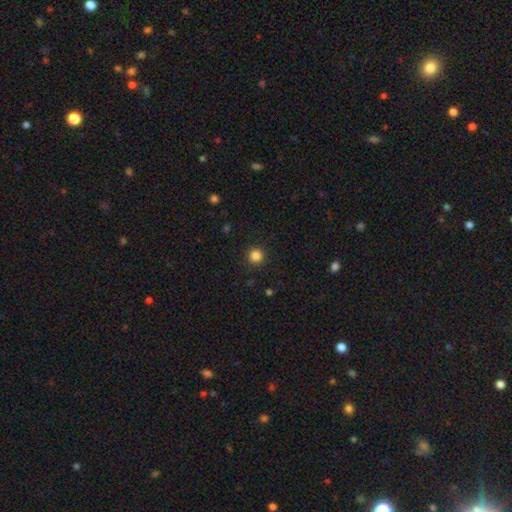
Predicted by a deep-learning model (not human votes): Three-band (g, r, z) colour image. It shows a smooth galaxy with no disk features (85%) that is round (96%). Merging: none (92%).